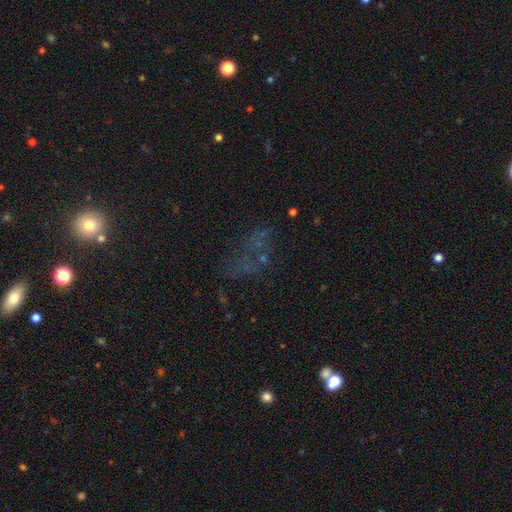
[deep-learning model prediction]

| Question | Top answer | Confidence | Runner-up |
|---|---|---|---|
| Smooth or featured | star or artifact | 45% | smooth (30%) |